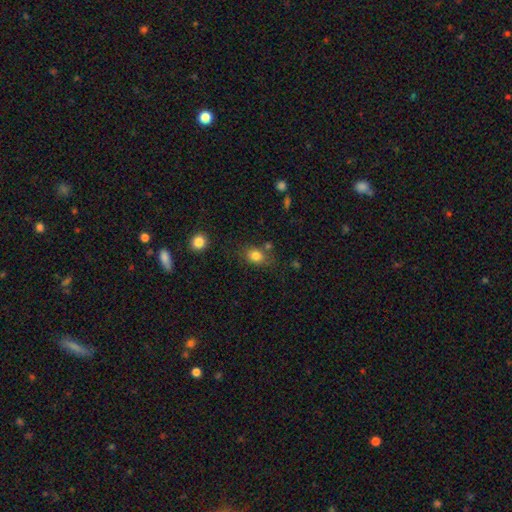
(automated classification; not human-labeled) The model was most divided on "how rounded": in between: 58%, round: 40%, cigar-shaped: 1%. More confident: smooth or featured — smooth (82%); merging — none (70%).